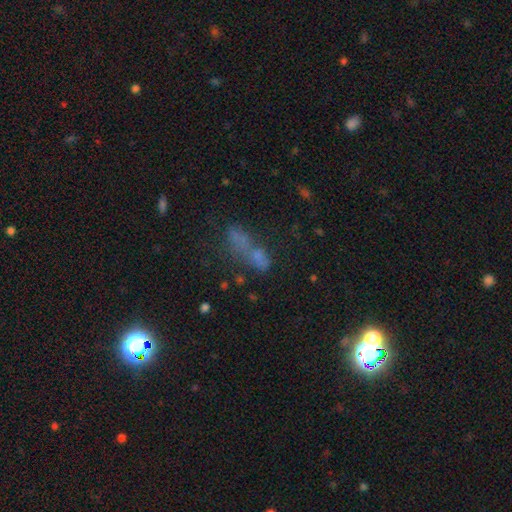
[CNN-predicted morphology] type=smooth (49%); merging=merger (36%).